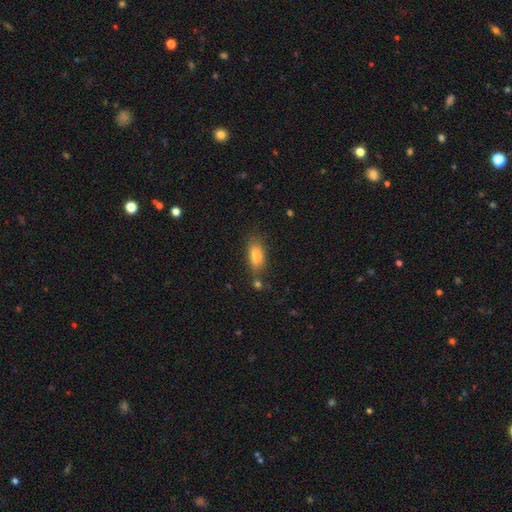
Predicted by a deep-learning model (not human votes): smooth_or_featured: smooth (p=0.80) [alt: featured or disk p=0.11]
how_rounded: in between (p=0.81) [alt: cigar-shaped p=0.15]
merging: none (p=0.68) [alt: minor disturbance p=0.18]